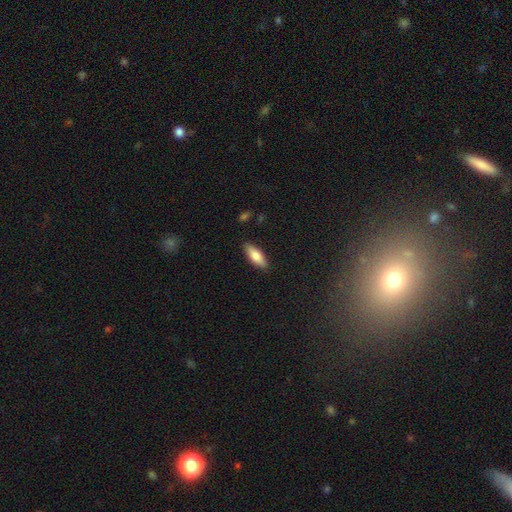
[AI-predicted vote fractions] smooth_or_featured: smooth (p=0.77) [alt: featured or disk p=0.17]
how_rounded: in between (p=0.65) [alt: cigar-shaped p=0.33]
merging: none (p=0.88) [alt: minor disturbance p=0.09]